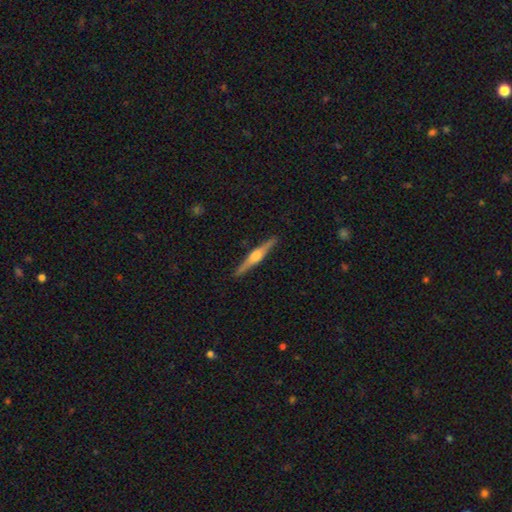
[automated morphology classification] Q: Smooth or featured?
A: featured or disk (78%); runner-up: smooth (17%)
Q: Edge-on disk?
A: yes (98%); runner-up: no (2%)
Q: Edge-on bulge?
A: rounded (88%); runner-up: boxy (9%)
Q: Merging?
A: none (92%); runner-up: minor disturbance (6%)